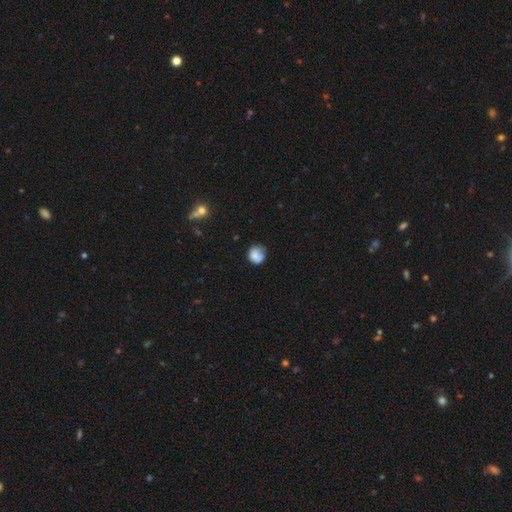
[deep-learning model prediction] This is likely a smooth galaxy (78%). How rounded: clearly round (80%). Merging: possibly none (56%).